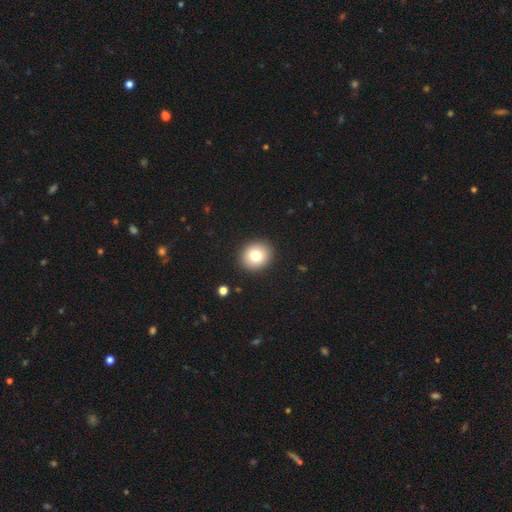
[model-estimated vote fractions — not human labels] Smooth or featured? smooth (78%)
How rounded? round (81%)
Merging? none (91%)